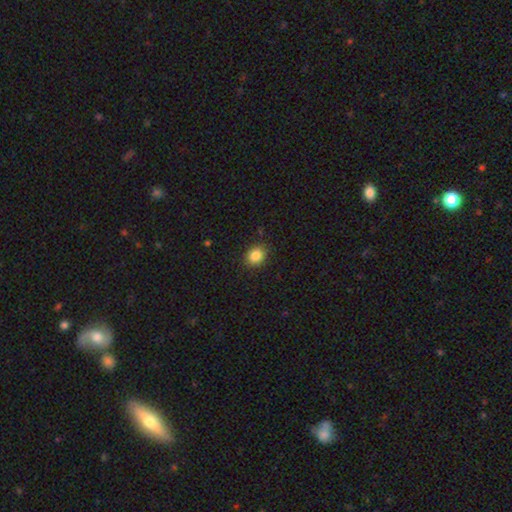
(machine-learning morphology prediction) Smooth or featured? smooth (85%)
How rounded? round (57%)
Merging? none (88%)